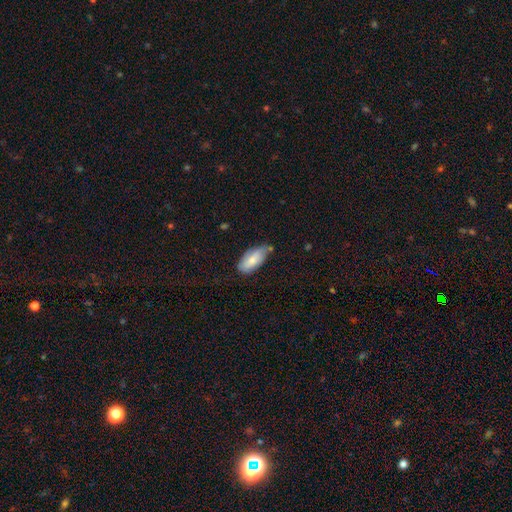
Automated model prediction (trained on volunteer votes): Q: Smooth or featured?
A: smooth (75%); runner-up: featured or disk (19%)
Q: How rounded?
A: in between (90%); runner-up: cigar-shaped (8%)
Q: Merging?
A: none (56%); runner-up: minor disturbance (33%)